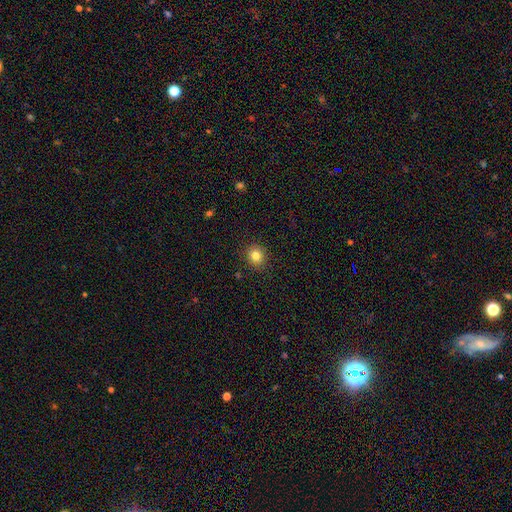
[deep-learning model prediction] Smooth or featured? smooth (82%)
How rounded? round (85%)
Merging? none (90%)